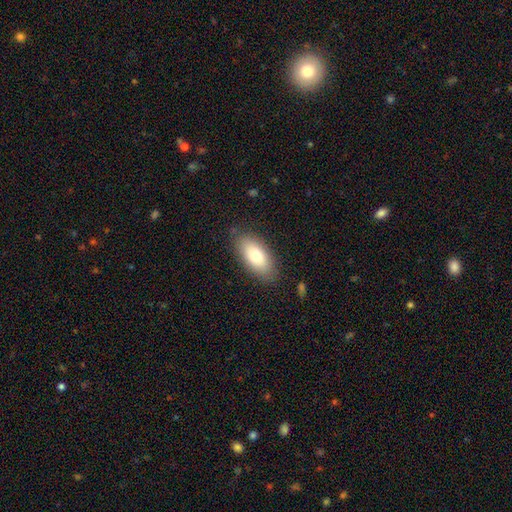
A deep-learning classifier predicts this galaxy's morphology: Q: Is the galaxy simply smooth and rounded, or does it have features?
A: smooth — 77%.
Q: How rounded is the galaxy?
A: in between — 88%.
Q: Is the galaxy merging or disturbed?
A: none — 84%.